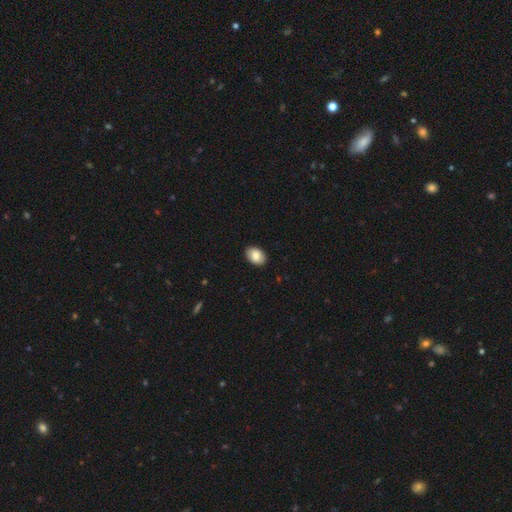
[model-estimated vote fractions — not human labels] smooth 85%, featured or disk 8%, star or artifact 7%. Down the decision tree: how rounded — in between (86%); merging — none (90%).